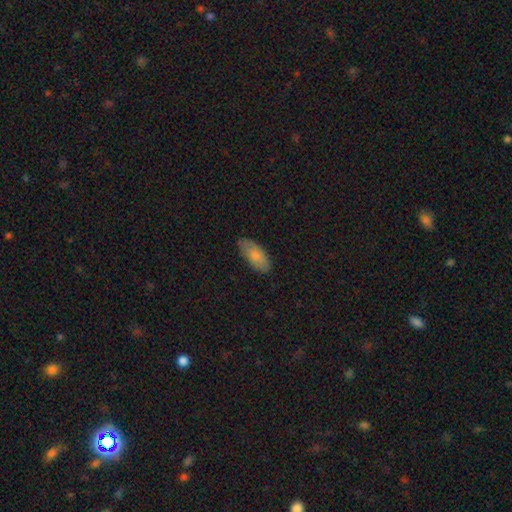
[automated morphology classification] This appears to be a smooth galaxy with no disk features (81%) that is in between round and cigar-shaped (88%). Merging: none (75%).